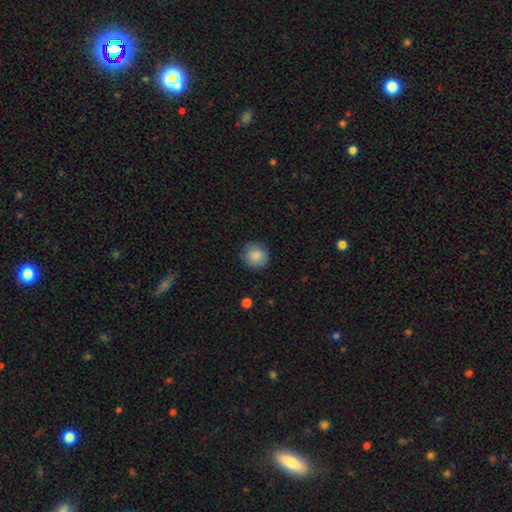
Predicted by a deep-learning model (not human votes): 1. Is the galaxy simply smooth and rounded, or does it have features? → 87% smooth, 8% star or artifact, 6% featured or disk.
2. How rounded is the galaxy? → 90% round, 9% in between, 1% cigar-shaped.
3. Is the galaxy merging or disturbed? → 83% none, 13% minor disturbance, 3% major disturbance, 1% merger.